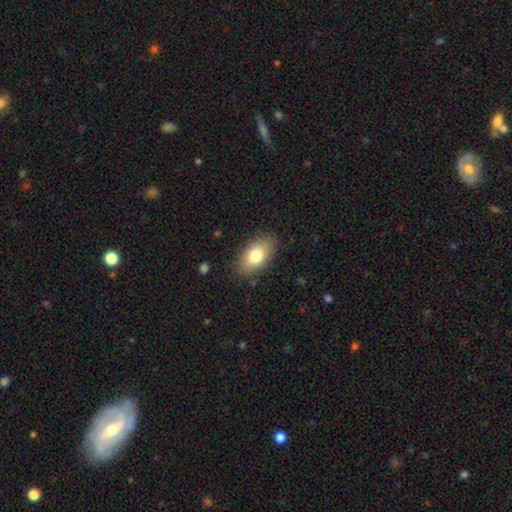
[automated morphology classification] Smooth or featured?
  - smooth: 79% *
  - featured or disk: 14%
  - star or artifact: 7%
How rounded?
  - in between: 92% *
  - round: 6%
  - cigar-shaped: 2%
Merging?
  - none: 85% *
  - minor disturbance: 11%
  - major disturbance: 3%
  - merger: 1%